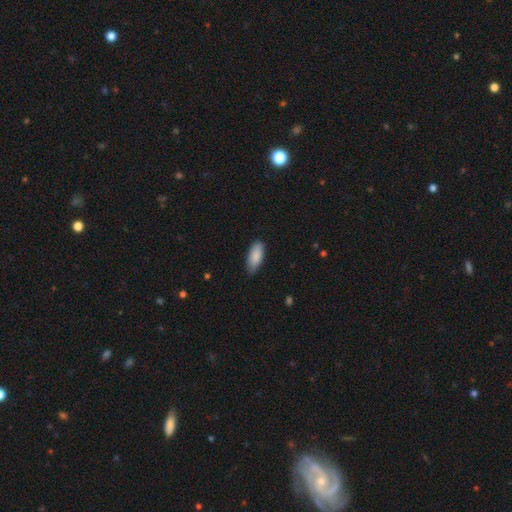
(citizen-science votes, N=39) Q: Smooth or featured?
A: smooth (95%); runner-up: star or artifact (5%)
Q: How rounded?
A: in between (68%); runner-up: cigar-shaped (27%)
Q: Merging?
A: none (81%); runner-up: minor disturbance (19%)